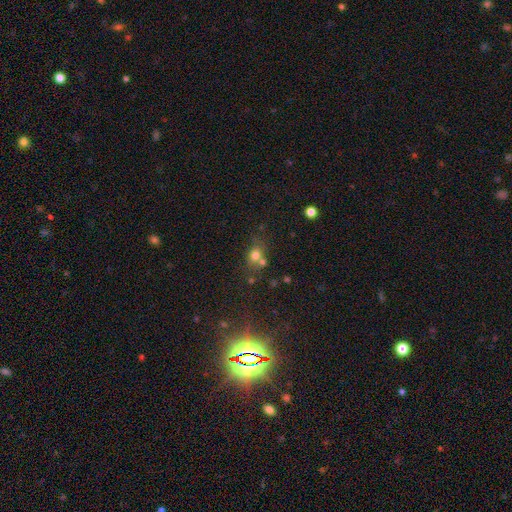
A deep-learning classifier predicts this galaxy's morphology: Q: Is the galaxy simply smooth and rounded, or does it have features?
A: smooth — 71%.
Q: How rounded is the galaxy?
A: round — 62%.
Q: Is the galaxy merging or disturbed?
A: none — 52%.